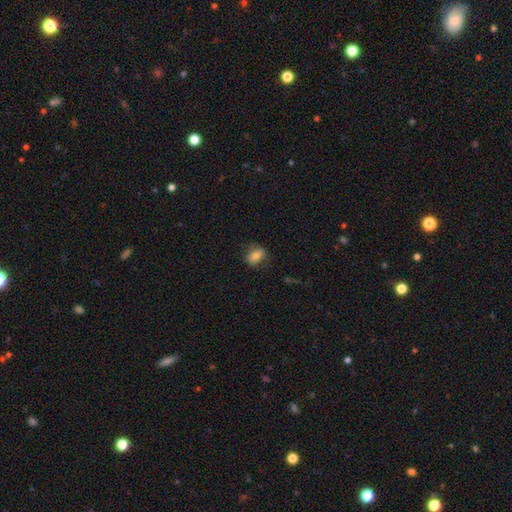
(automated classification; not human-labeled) This appears to be a smooth galaxy with no disk features (76%) that is in between round and cigar-shaped (70%). Merging: none (77%).